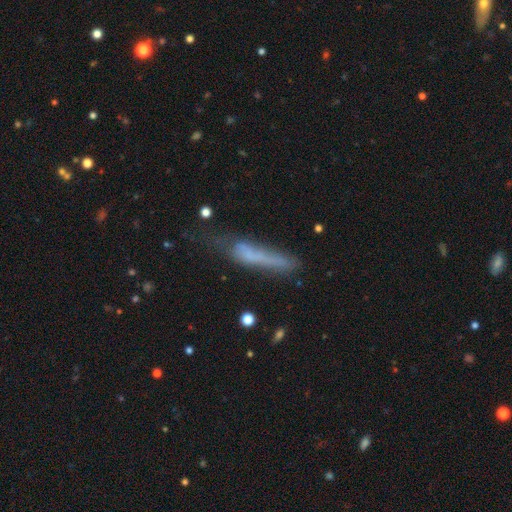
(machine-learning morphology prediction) The model was most divided on "merging": none: 41%, minor disturbance: 30%, major disturbance: 23%, merger: 6%. More confident: how rounded — cigar-shaped (87%); smooth or featured — smooth (59%).